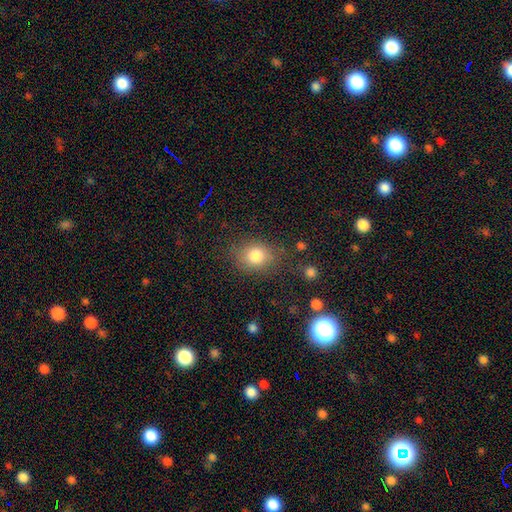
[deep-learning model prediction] The model was most divided on "how rounded": round: 53%, in between: 45%, cigar-shaped: 1%. More confident: smooth or featured — smooth (81%); merging — none (75%).